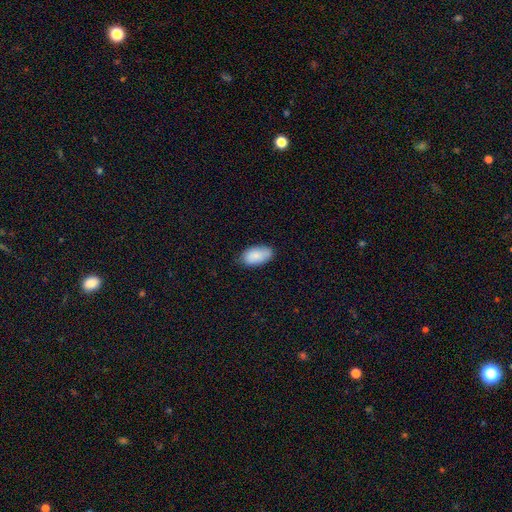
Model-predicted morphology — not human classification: type=smooth (85%); roundness=in between (94%); merging=none (79%).